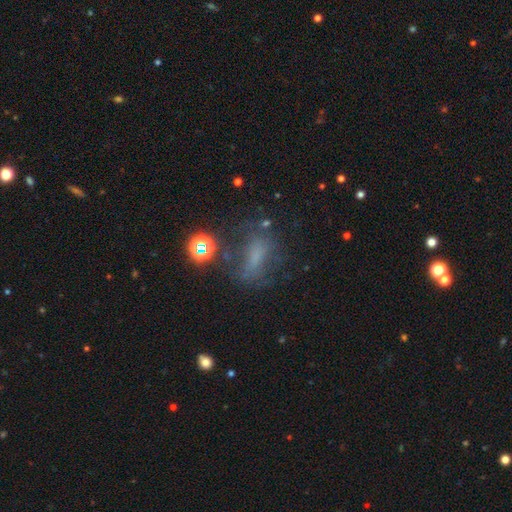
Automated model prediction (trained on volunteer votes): Smooth or featured? Predicted: smooth (p=0.46). Merging? Predicted: none (p=0.53).